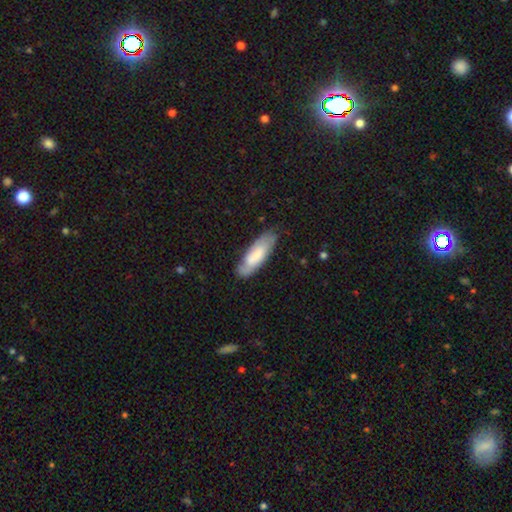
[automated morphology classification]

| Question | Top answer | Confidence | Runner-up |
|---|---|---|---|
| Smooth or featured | smooth | 62% | featured or disk (32%) |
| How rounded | in between | 58% | cigar-shaped (40%) |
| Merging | none | 74% | minor disturbance (20%) |